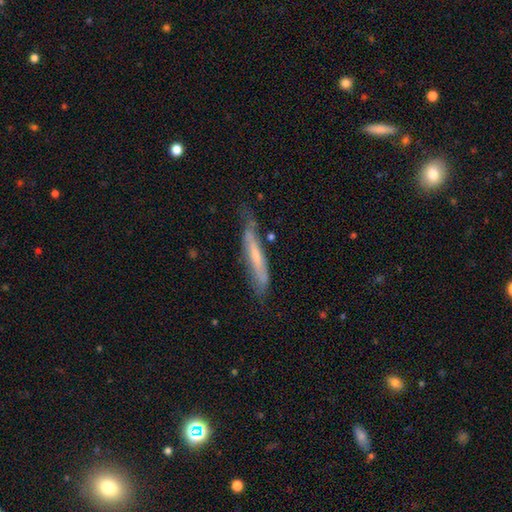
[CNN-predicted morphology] Smooth or featured? featured or disk (53%)
Edge-on disk? yes (75%)
Merging? none (57%)